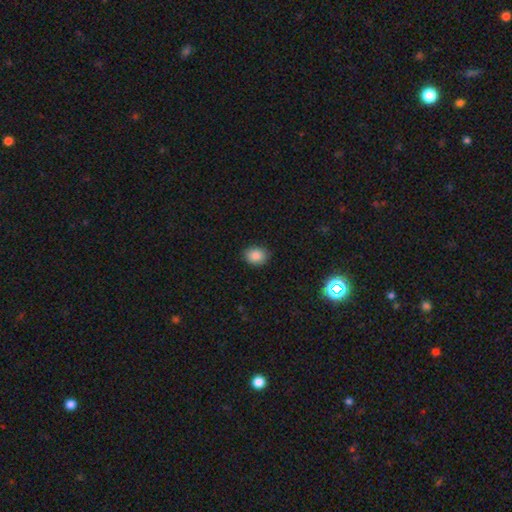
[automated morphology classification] This is clearly a smooth galaxy (87%). How rounded: possibly in between (57%). Merging: clearly none (86%).